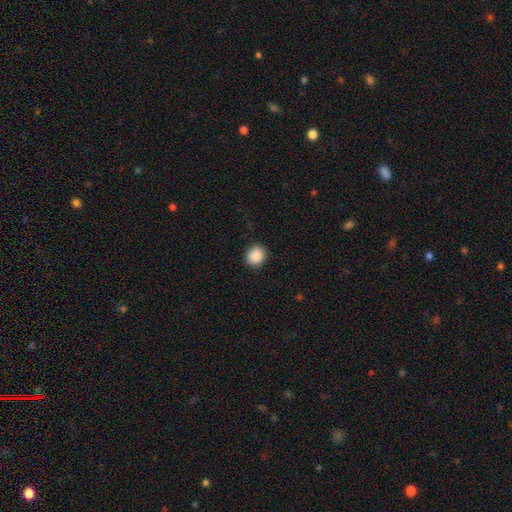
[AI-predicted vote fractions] Overall: smooth (89%). How rounded: round (74%). Merging: none (89%).